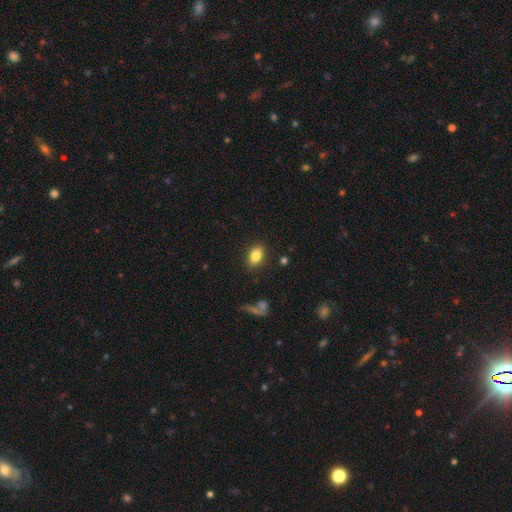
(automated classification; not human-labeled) A smooth galaxy with no disk features (83%) that is in between round and cigar-shaped (82%).

Vote fractions:
- Smooth or featured? smooth: 83% / star or artifact: 9% / featured or disk: 8%
- How rounded? in between: 82% / round: 16% / cigar-shaped: 2%
- Merging? none: 86% / minor disturbance: 10% / major disturbance: 3% / merger: 2%